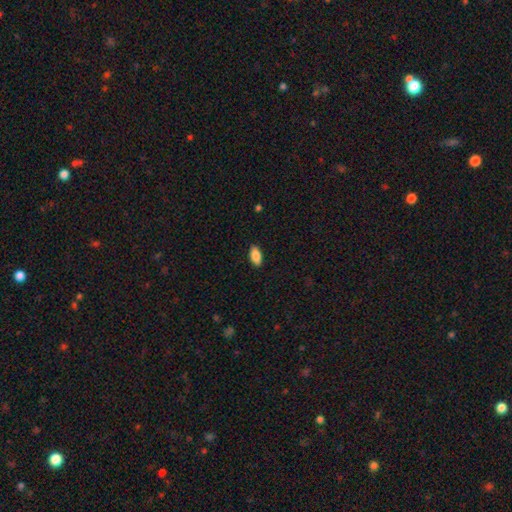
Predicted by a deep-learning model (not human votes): The model was most divided on "smooth or featured": smooth: 86%, featured or disk: 7%, star or artifact: 7%. More confident: merging — none (89%); how rounded — in between (89%).